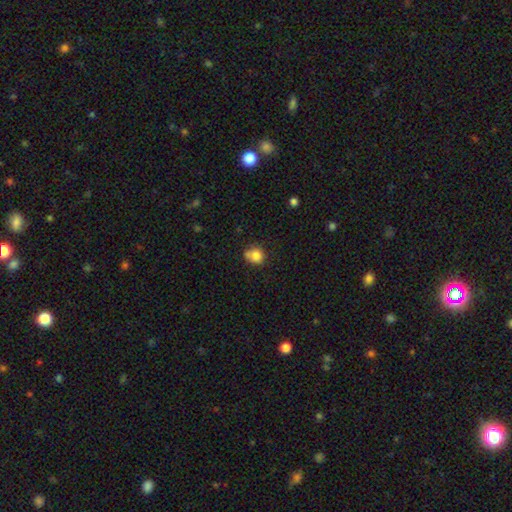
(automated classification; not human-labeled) A smooth galaxy with no disk features (80%) that is round (81%). Merging: none (54%).